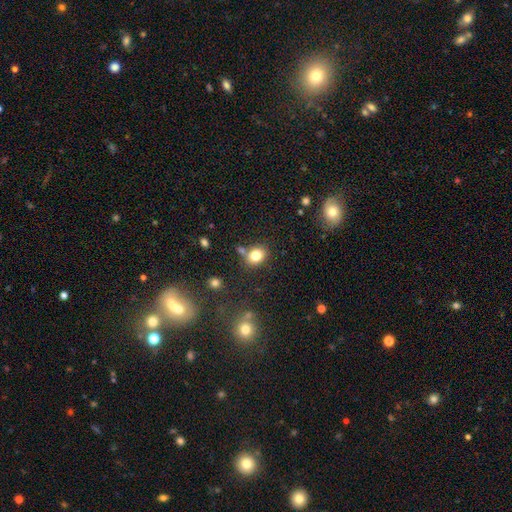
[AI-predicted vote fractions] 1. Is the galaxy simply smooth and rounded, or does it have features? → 82% smooth, 11% star or artifact, 8% featured or disk.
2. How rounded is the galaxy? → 56% in between, 43% round, 1% cigar-shaped.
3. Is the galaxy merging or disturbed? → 73% none, 13% minor disturbance, 11% merger, 3% major disturbance.